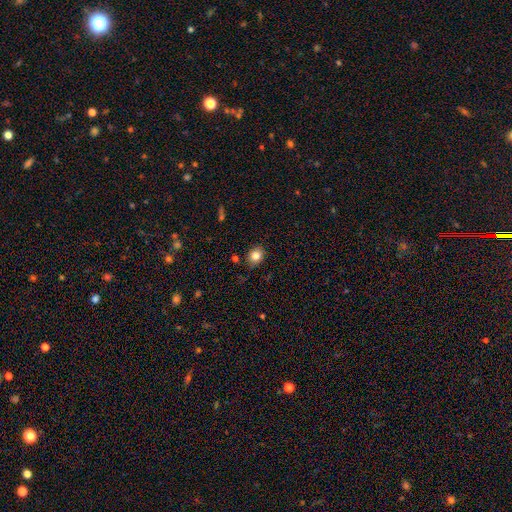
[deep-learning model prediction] A smooth galaxy with no disk features (82%) that is round (56%). Merging: none (86%).